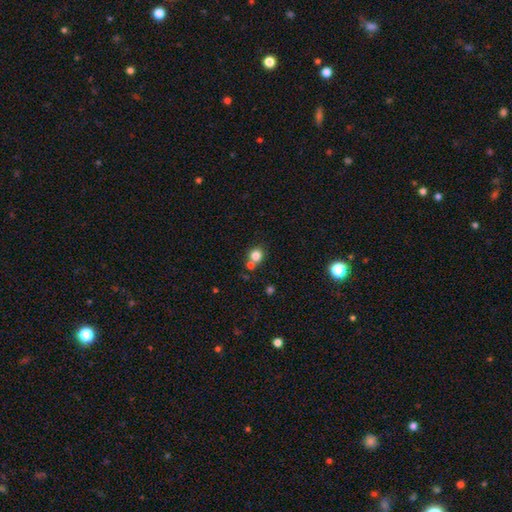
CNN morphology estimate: Smooth or featured?
  - smooth: 81% *
  - star or artifact: 12%
  - featured or disk: 7%
How rounded?
  - round: 84% *
  - in between: 15%
  - cigar-shaped: 1%
Merging?
  - none: 60% *
  - merger: 28%
  - minor disturbance: 9%
  - major disturbance: 3%